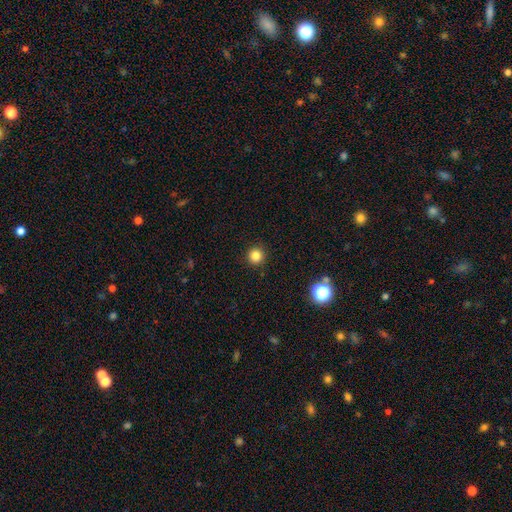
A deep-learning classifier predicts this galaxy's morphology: Overall: smooth (83%). How rounded: round (95%). Merging: none (92%).